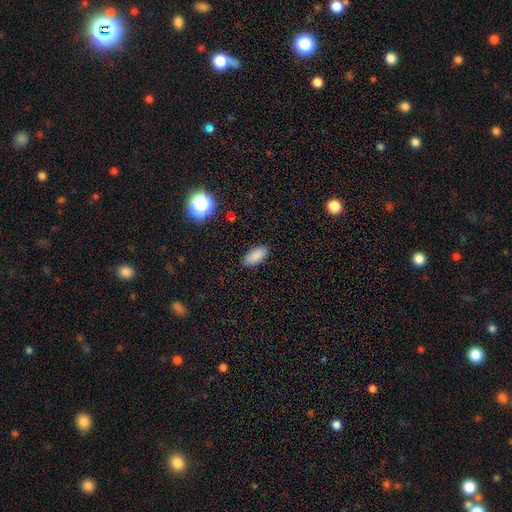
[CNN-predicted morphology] A smooth galaxy with no disk features (86%) that is in between round and cigar-shaped (90%). Merging: none (86%).